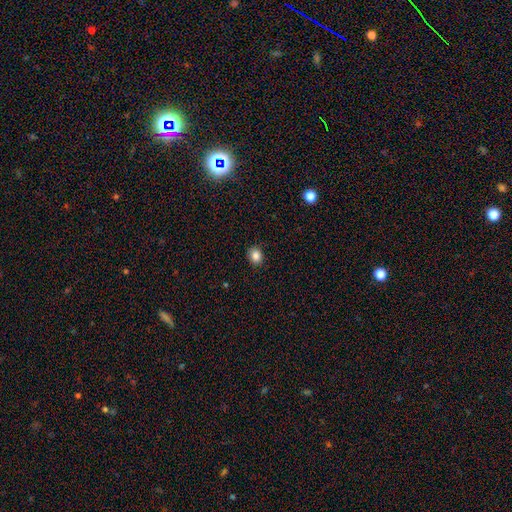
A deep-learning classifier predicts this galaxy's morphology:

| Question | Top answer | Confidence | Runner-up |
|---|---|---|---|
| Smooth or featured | smooth | 85% | star or artifact (11%) |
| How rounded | round | 62% | in between (37%) |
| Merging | none | 89% | minor disturbance (8%) |